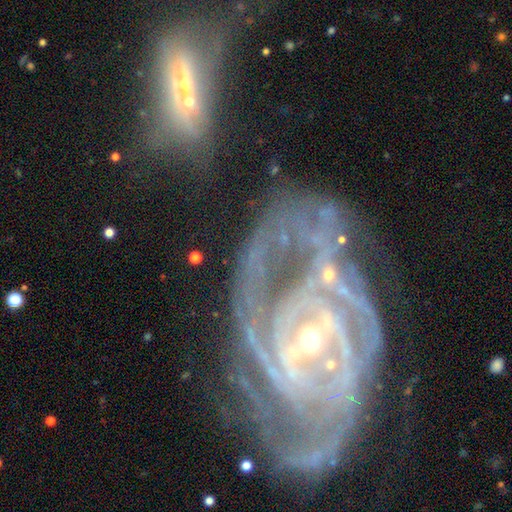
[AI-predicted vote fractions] smooth-or-featured: featured or disk: 87% | star or artifact: 7% | smooth: 6%
  disk-edge-on: no: 96% | yes: 4%
    bar: no: 40% | weak: 35% | strong: 25%
    has-spiral-arms: yes: 92% | no: 8%
      spiral-winding: tight: 53% | medium: 35% | loose: 12%
      spiral-arm-count: 2: 36% | can't tell: 24% | 3: 18% | 4: 8% | 1: 7% | more than 4: 7%
    bulge-size: small: 47% (tied) | moderate: 47% (tied) | large: 3% | none: 2% | dominant: 1%
  merging: none: 38% | major disturbance: 23% | merger: 20% | minor disturbance: 19%